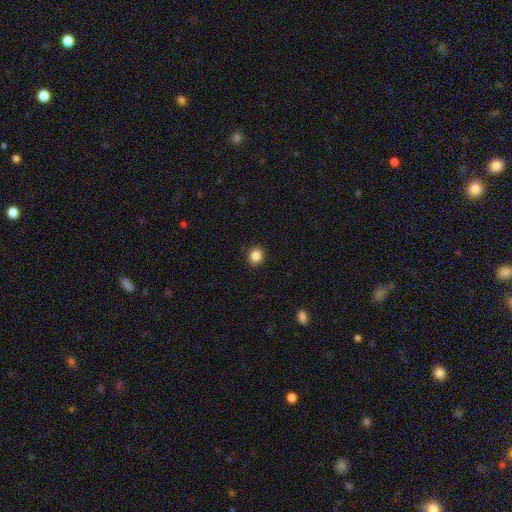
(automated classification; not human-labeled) A smooth galaxy with no disk features (85%) that is round (77%). Merging: none (91%).